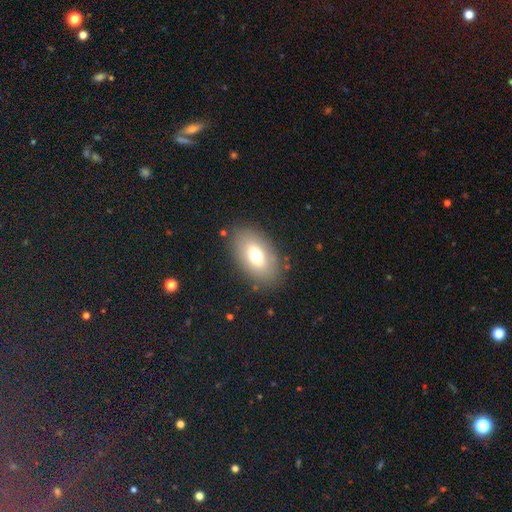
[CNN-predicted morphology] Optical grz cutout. It shows a smooth galaxy with no disk features (69%) that is in between round and cigar-shaped (90%). Merging: none (84%).